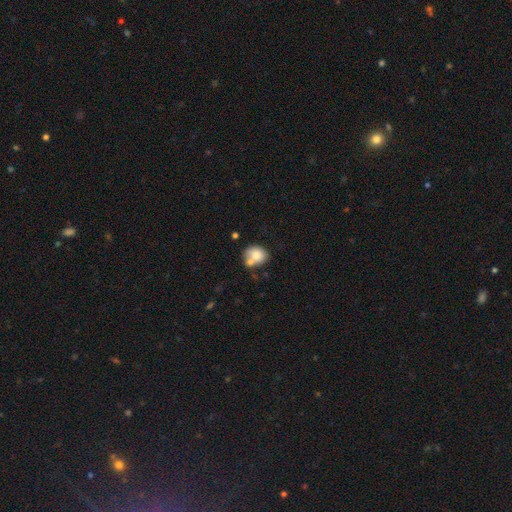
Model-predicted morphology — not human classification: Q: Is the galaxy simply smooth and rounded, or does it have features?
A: smooth — 76%.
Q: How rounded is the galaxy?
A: round — 58%.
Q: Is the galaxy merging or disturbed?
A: none — 43%.